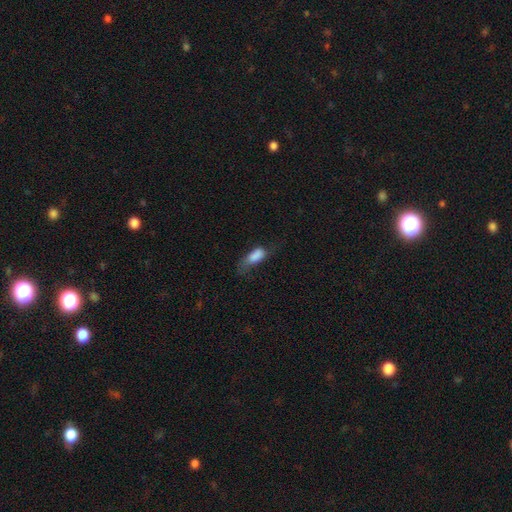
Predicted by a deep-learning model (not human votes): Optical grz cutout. It shows a smooth galaxy with no disk features (77%) that is in between round and cigar-shaped (78%). Merging: major disturbance (34%).